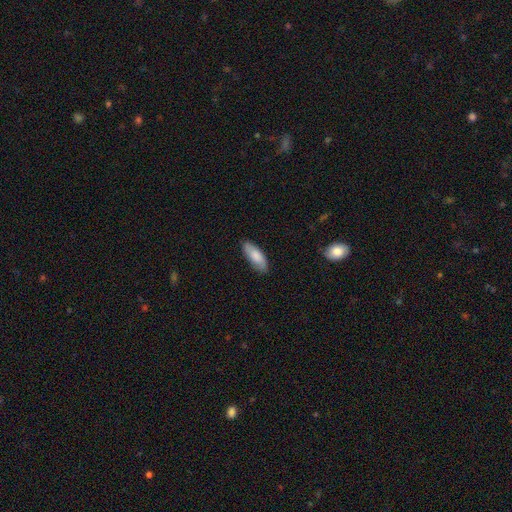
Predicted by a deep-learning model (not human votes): This is likely a smooth galaxy (78%). How rounded: likely in between (74%). Merging: clearly none (81%).